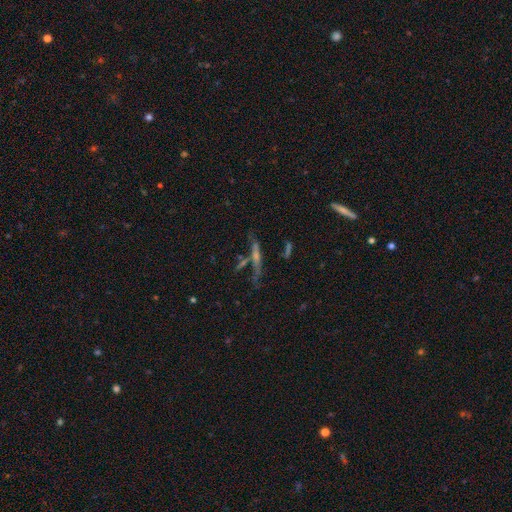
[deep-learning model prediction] The model was most divided on "edge-on bulge": rounded: 62%, none: 28%, boxy: 10%. More confident: edge-on disk — yes (87%); smooth or featured — featured or disk (62%); merging — none (62%).